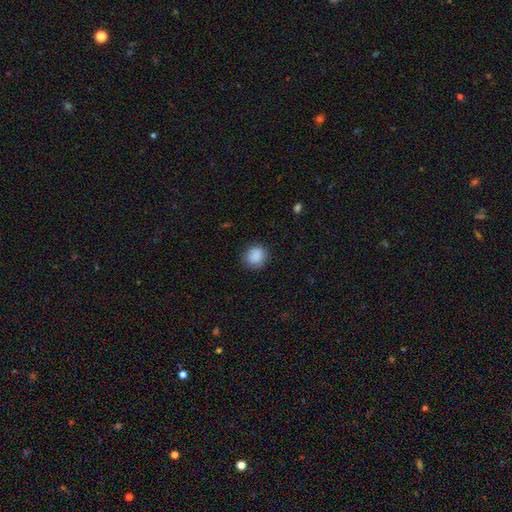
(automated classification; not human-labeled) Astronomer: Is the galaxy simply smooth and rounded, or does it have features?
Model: smooth — 89%.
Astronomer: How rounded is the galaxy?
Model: round — 83%.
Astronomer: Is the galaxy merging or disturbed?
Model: none — 86%.